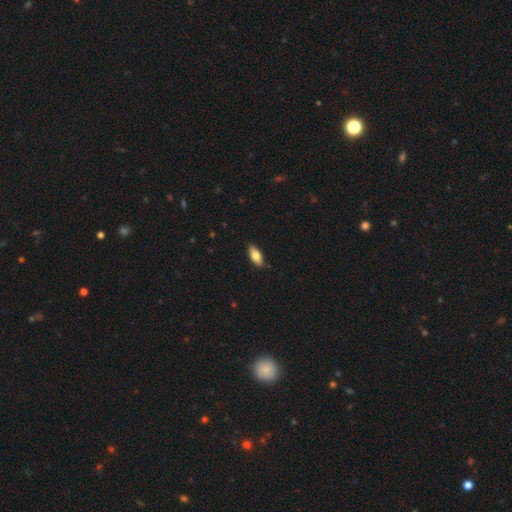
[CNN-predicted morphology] A smooth galaxy with no disk features (77%) that is in between round and cigar-shaped (85%). Merging: none (88%).